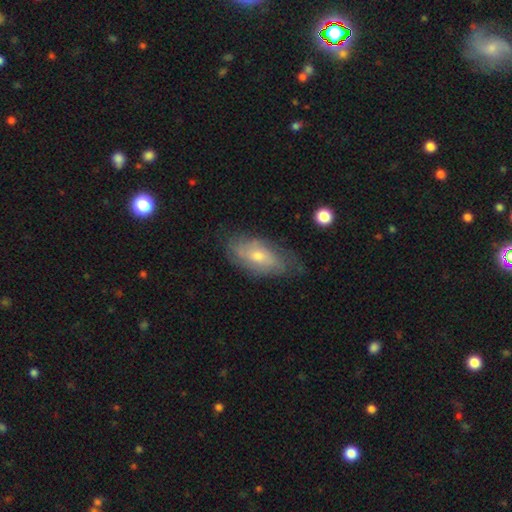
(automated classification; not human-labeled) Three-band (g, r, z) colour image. It shows a featured or disk galaxy (58%). Merging: none (72%).